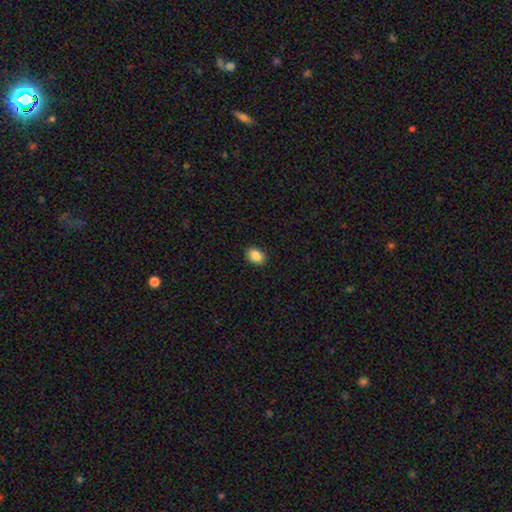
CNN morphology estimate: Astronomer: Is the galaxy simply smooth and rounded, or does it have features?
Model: smooth — 88%.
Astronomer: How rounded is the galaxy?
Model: in between — 80%.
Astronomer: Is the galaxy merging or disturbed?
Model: none — 90%.